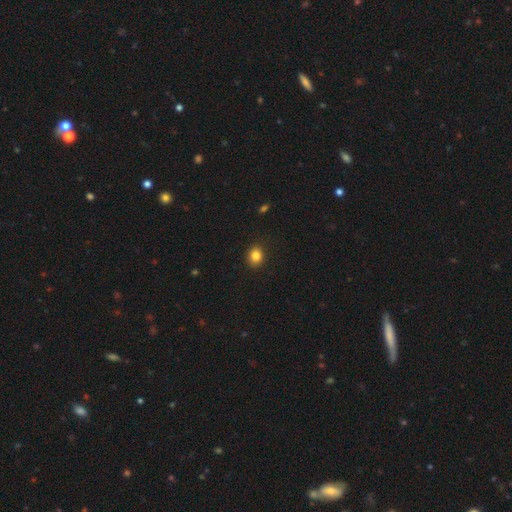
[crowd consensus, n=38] This appears to be a smooth galaxy with no disk features (87%) that is in between round and cigar-shaped (61%). Merging: none (87%).